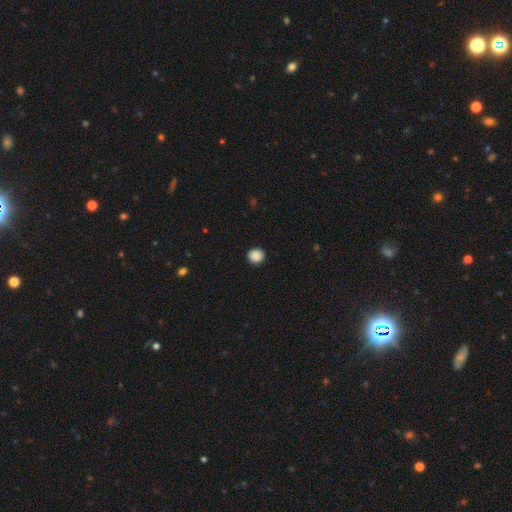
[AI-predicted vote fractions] Smooth or featured? smooth (89%)
How rounded? round (89%)
Merging? none (92%)